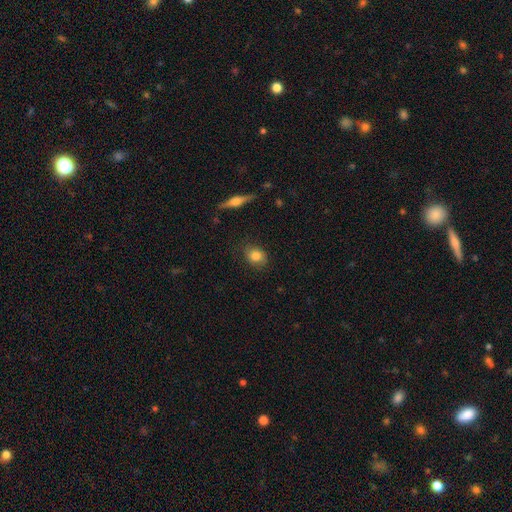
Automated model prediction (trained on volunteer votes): smooth-or-featured: smooth: 82% | featured or disk: 10% | star or artifact: 8%
  how-rounded: in between: 51% | round: 47% | cigar-shaped: 2%
  merging: none: 81% | minor disturbance: 14% | major disturbance: 3% | merger: 2%